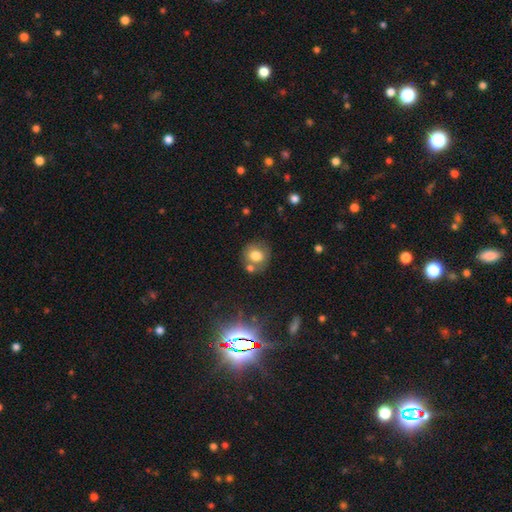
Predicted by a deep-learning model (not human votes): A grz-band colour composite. It shows a smooth galaxy with no disk features (75%) that is round (83%). Merging: none (65%).